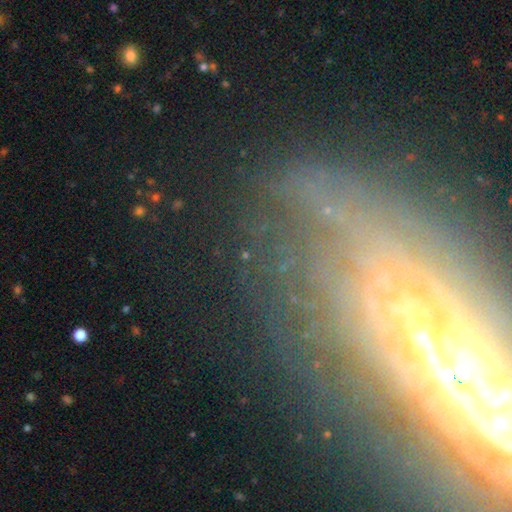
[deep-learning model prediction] smooth_or_featured: featured or disk (p=0.54) [alt: star or artifact p=0.29]
disk_edge_on: no (p=0.68) [alt: yes p=0.32]
merging: none (p=0.69) [alt: minor disturbance p=0.15]